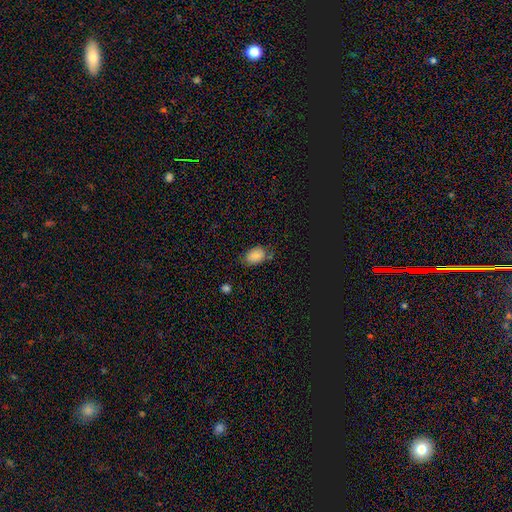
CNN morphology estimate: This is clearly a smooth galaxy (83%). How rounded: clearly in between (86%). Merging: likely none (68%).